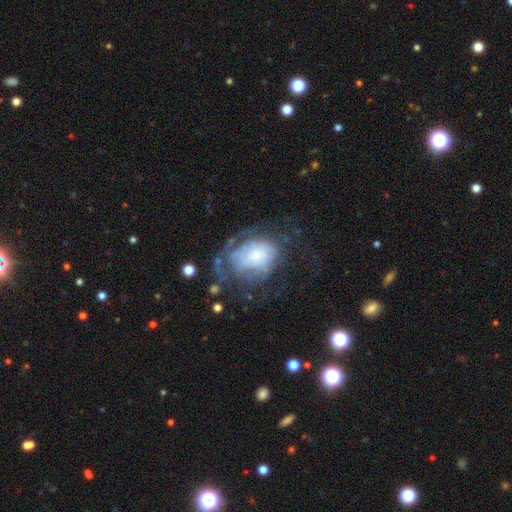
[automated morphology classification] smooth_or_featured: featured or disk (p=0.62) [alt: smooth p=0.29]
disk_edge_on: no (p=0.97) [alt: yes p=0.03]
bar: no (p=0.79) [alt: weak p=0.17]
has_spiral_arms: yes (p=0.66) [alt: no p=0.34]
bulge_size: small (p=0.45) [alt: moderate p=0.25]
merging: none (p=0.40) [alt: major disturbance p=0.35]